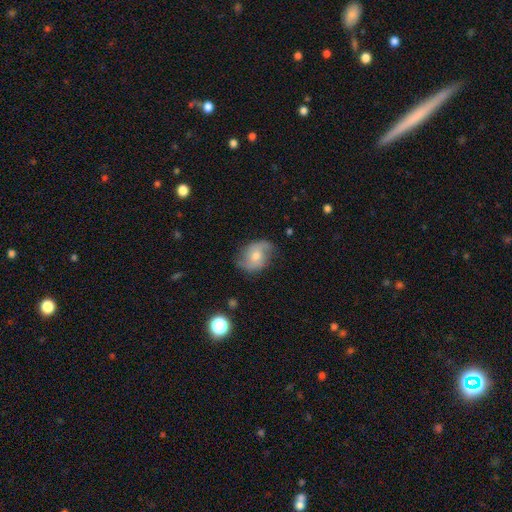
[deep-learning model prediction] Morphology: type=featured or disk (56%); edge-on=no (96%); bar=no (58%); spiral arms=yes (84%); bulge=moderate (58%); merging=none (69%).